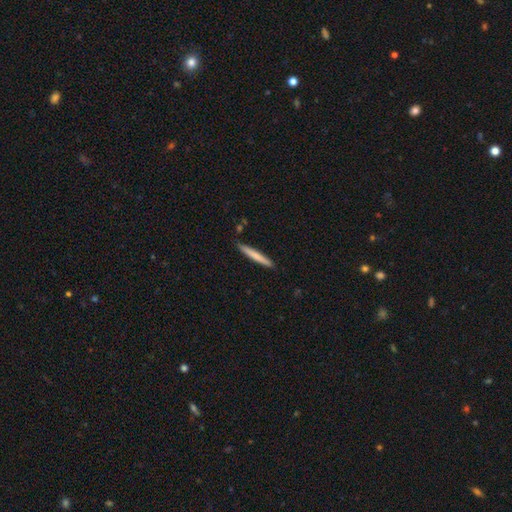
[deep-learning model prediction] smooth 72%, featured or disk 23%, star or artifact 5%. Down the decision tree: how rounded — cigar-shaped (96%); merging — none (88%).